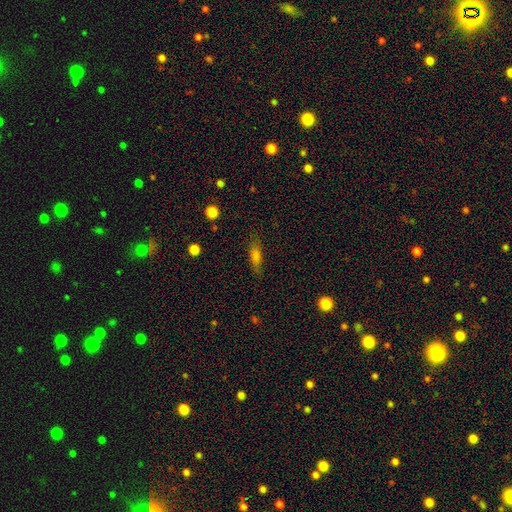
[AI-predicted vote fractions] Overall: smooth (73%). How rounded: in between (53%; cigar-shaped 43%). Merging: none (79%).